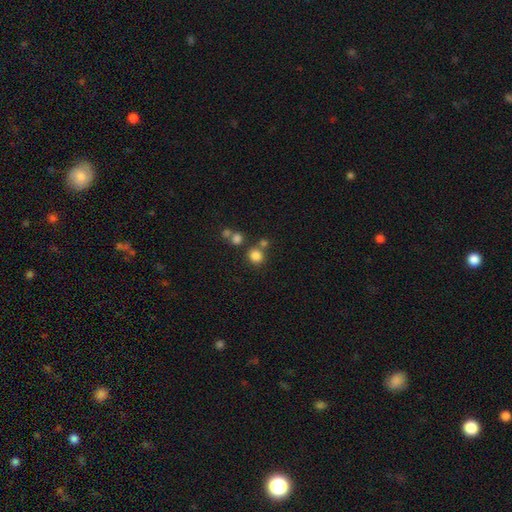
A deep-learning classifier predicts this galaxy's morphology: smooth-or-featured: smooth: 81% | star or artifact: 13% | featured or disk: 6%
  how-rounded: round: 87% | in between: 12% | cigar-shaped: 1%
  merging: none: 68% | merger: 20% | minor disturbance: 8% | major disturbance: 4%